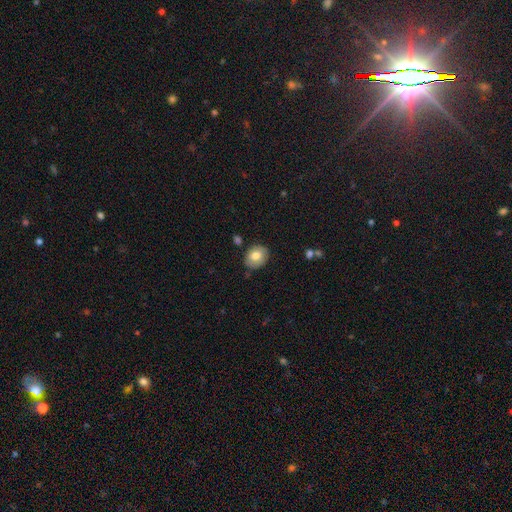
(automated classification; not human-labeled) A smooth galaxy with no disk features (76%) that is in between round and cigar-shaped (54%).

Vote fractions:
- Smooth or featured? smooth: 76% / featured or disk: 16% / star or artifact: 8%
- How rounded? in between: 54% / round: 45% / cigar-shaped: 1%
- Merging? none: 80% / minor disturbance: 15% / major disturbance: 3% / merger: 3%